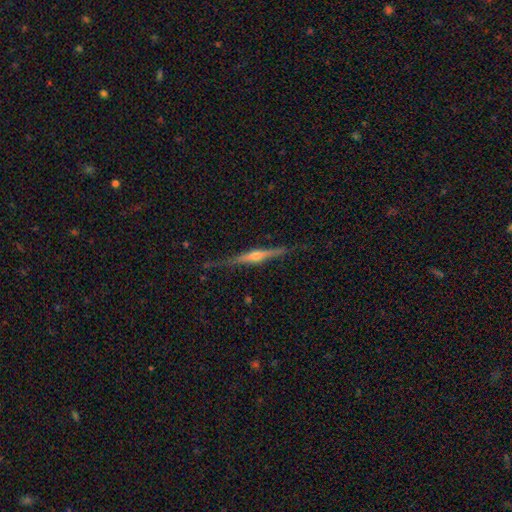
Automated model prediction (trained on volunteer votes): Smooth or featured?
  - featured or disk: 77% *
  - smooth: 17%
  - star or artifact: 6%
Edge-on disk?
  - yes: 98% *
  - no: 2%
Edge-on bulge?
  - rounded: 84% *
  - none: 8%
  - boxy: 8%
Merging?
  - none: 83% *
  - minor disturbance: 13%
  - major disturbance: 3%
  - merger: 1%